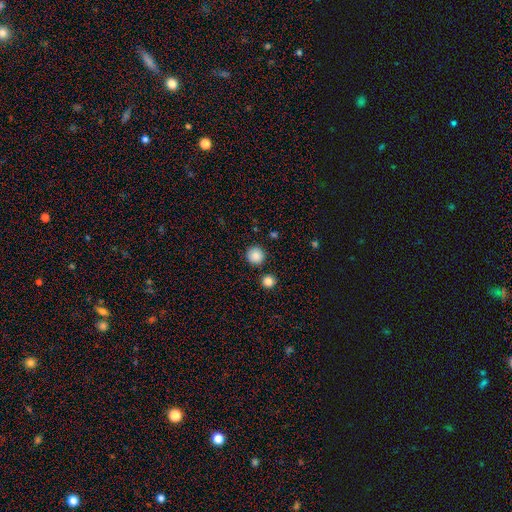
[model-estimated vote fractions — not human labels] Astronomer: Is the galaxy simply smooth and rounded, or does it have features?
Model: smooth — 86%.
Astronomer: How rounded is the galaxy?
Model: round — 95%.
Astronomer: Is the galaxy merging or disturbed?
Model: none — 88%.